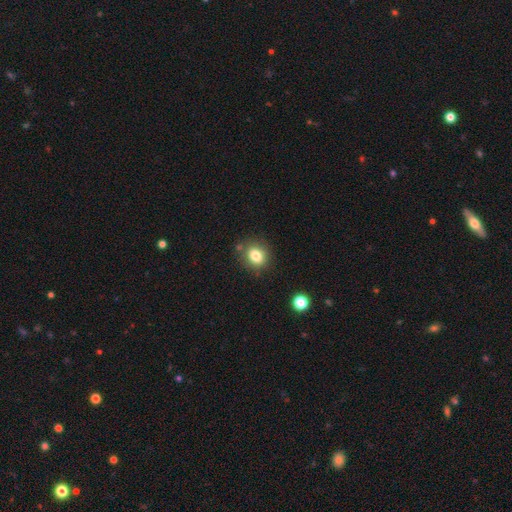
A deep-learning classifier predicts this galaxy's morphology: Smooth or featured? smooth (80%)
How rounded? round (66%)
Merging? none (78%)